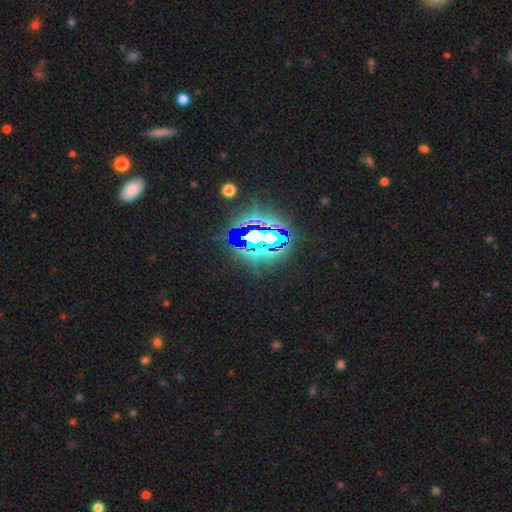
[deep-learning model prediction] Smooth or featured? star or artifact (78%)